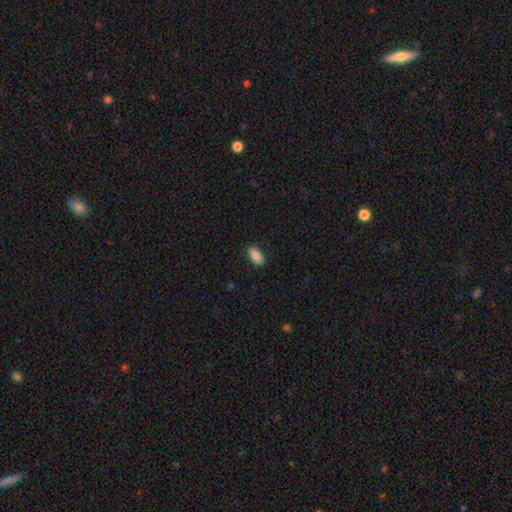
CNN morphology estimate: The model was most divided on "smooth or featured": smooth: 84%, featured or disk: 9%, star or artifact: 7%. More confident: how rounded — in between (93%); merging — none (87%).